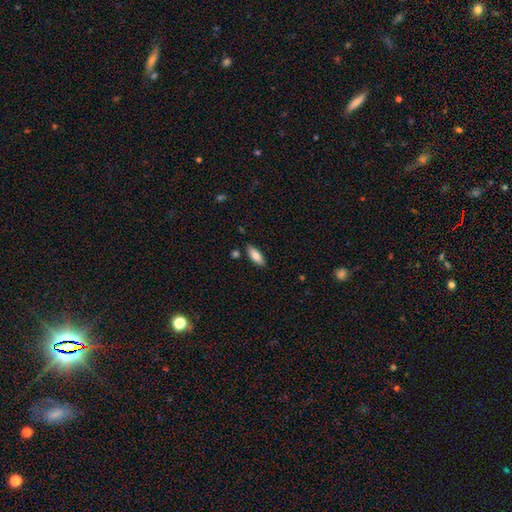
smooth_or_featured: smooth (p=0.82) [alt: featured or disk p=0.18]
how_rounded: in between (p=0.69) [alt: cigar-shaped p=0.28]
merging: none (p=0.77) [alt: minor disturbance p=0.13]